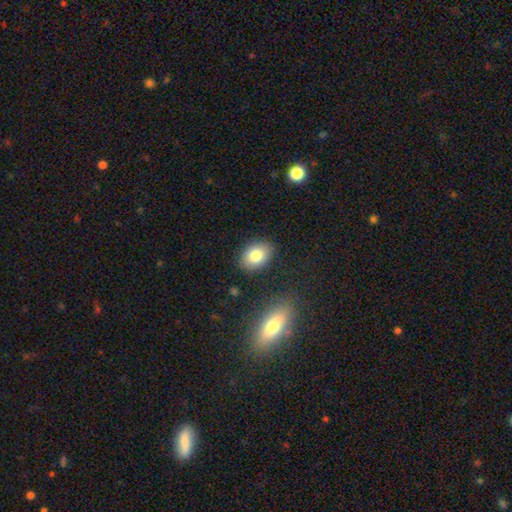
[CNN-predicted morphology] A smooth galaxy with no disk features (82%) that is in between round and cigar-shaped (76%). Merging: none (85%).